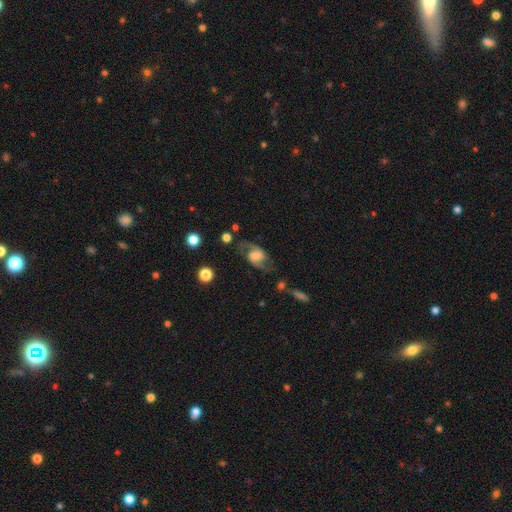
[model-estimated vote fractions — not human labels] A featured or disk galaxy (78%) with no bar (49%), 2 (92%) medium (47%) spiral arms (93%) and a moderate central bulge (37%).

Vote fractions:
- Smooth or featured? featured or disk: 78% / smooth: 15% / star or artifact: 7%
- Edge-on disk? no: 95% / yes: 5%
- Bar? no: 49% / weak: 39% / strong: 12%
- Spiral arms? yes: 93% / no: 7%
- Spiral winding? medium: 47% / loose: 42% / tight: 11%
- Spiral arm count? 2: 92% / can't tell: 3% / 1: 2% / 3: 1% / 4: 1% / more than 4: 1%
- Bulge size? moderate: 37% / large: 29% / small: 21% / none: 9% / dominant: 4%
- Merging? none: 71% / minor disturbance: 16% / major disturbance: 10% / merger: 3%